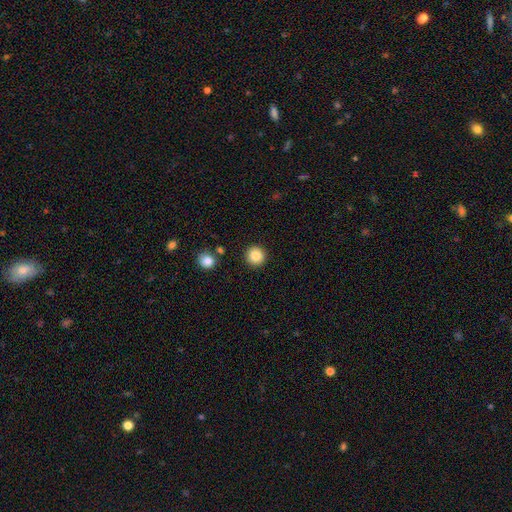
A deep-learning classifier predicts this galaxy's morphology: This appears to be a smooth galaxy with no disk features (87%) that is round (96%). Merging: none (92%).